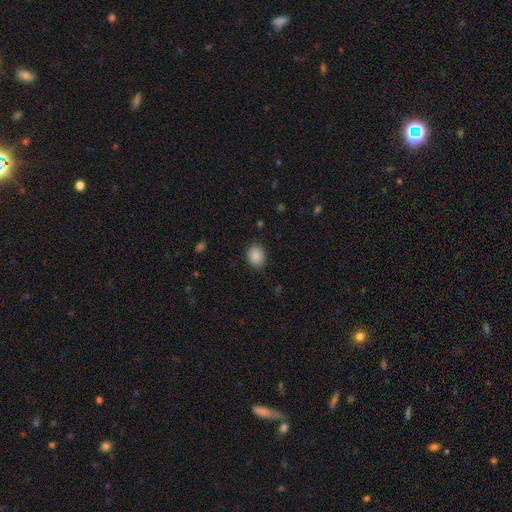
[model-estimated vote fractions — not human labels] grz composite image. It shows a smooth galaxy with no disk features (88%) that is in between round and cigar-shaped (53%). Merging: none (84%).